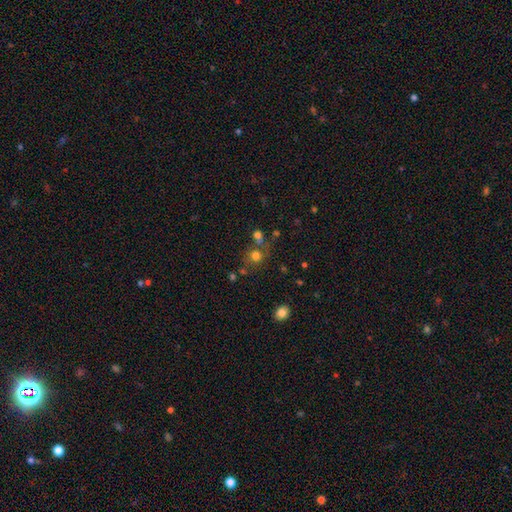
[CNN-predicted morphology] Overall: smooth (74%). How rounded: round (84%). Merging: none (61%; merger 21%).